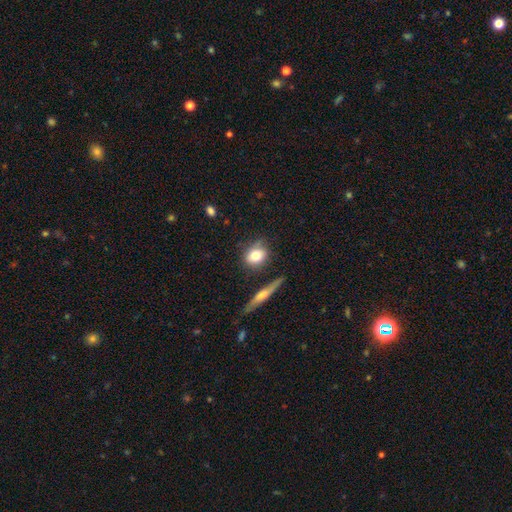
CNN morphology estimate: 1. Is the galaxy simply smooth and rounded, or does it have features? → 76% smooth, 16% featured or disk, 8% star or artifact.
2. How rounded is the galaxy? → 61% round, 34% in between, 5% cigar-shaped.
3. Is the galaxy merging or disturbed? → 68% none, 19% minor disturbance, 8% merger, 6% major disturbance.